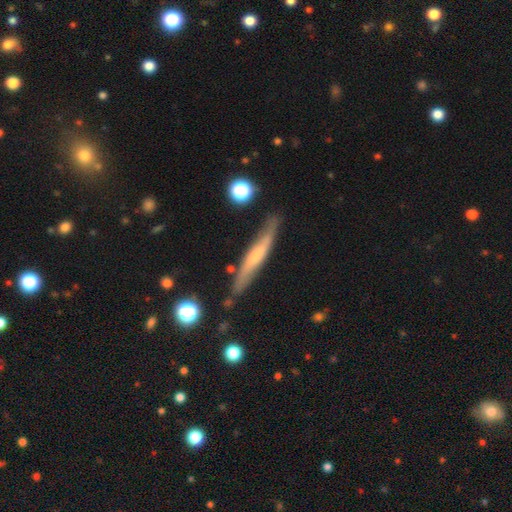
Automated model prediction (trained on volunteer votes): Morphology: type=featured or disk (50%); merging=none (78%).